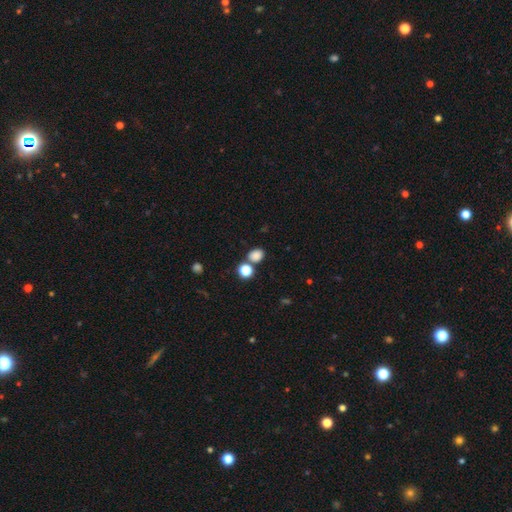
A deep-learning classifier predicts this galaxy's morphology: Smooth or featured?
  - smooth: 82% *
  - star or artifact: 14%
  - featured or disk: 4%
How rounded?
  - in between: 49% * (tied)
  - round: 49% * (tied)
  - cigar-shaped: 1%
Merging?
  - none: 70% *
  - merger: 17%
  - minor disturbance: 10%
  - major disturbance: 4%